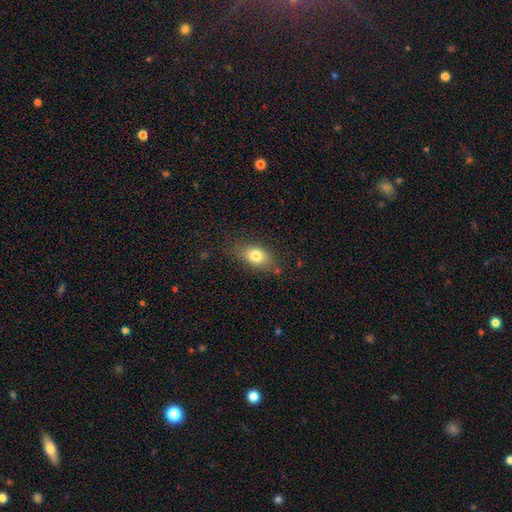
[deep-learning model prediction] smooth-or-featured: smooth: 79% | featured or disk: 12% | star or artifact: 9%
  how-rounded: in between: 78% | round: 19% | cigar-shaped: 4%
  merging: none: 76% | minor disturbance: 17% | major disturbance: 5% | merger: 2%